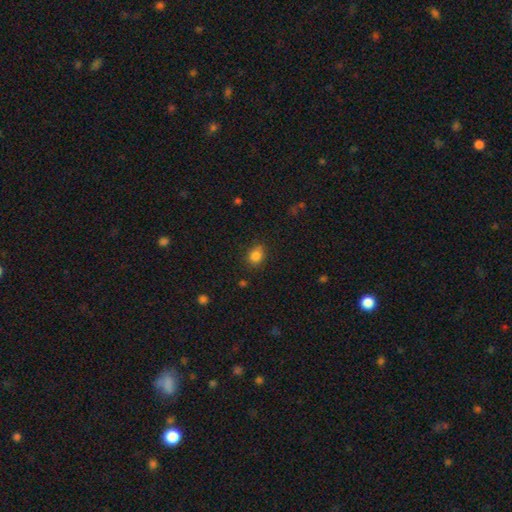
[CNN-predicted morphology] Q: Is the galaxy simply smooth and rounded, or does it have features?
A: smooth — 84%.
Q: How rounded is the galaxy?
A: round — 51%.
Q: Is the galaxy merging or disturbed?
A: none — 81%.